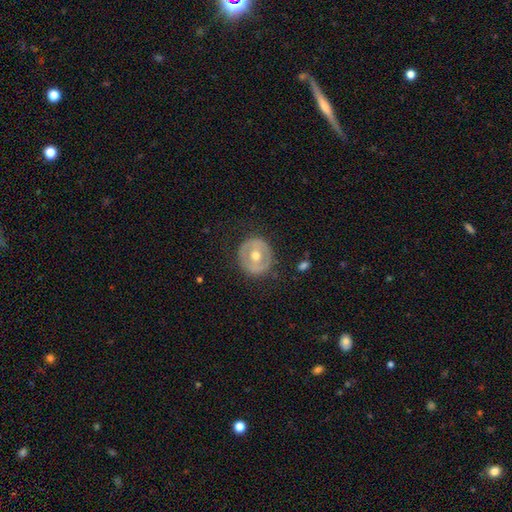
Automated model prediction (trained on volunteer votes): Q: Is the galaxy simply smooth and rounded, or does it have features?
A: featured or disk — 54%.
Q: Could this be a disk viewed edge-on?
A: no — 95%.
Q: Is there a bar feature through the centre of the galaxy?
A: no — 67%.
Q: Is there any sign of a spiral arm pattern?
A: no — 87%.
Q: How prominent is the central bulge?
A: moderate — 79%.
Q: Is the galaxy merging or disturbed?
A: none — 84%.